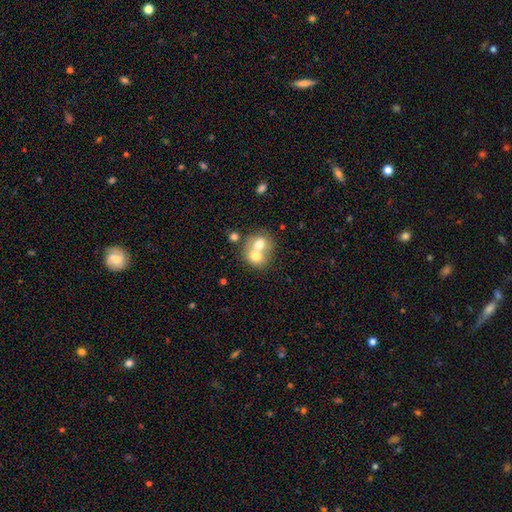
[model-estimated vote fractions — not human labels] Smooth or featured? smooth (67%)
How rounded? round (66%)
Merging? merger (70%)